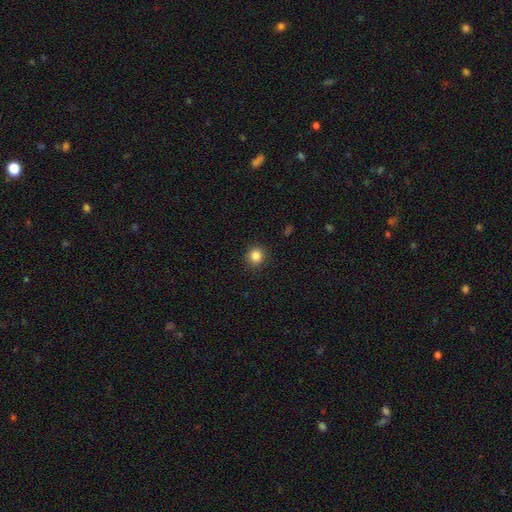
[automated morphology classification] This is clearly a smooth galaxy (85%). How rounded: clearly round (91%). Merging: clearly none (90%).